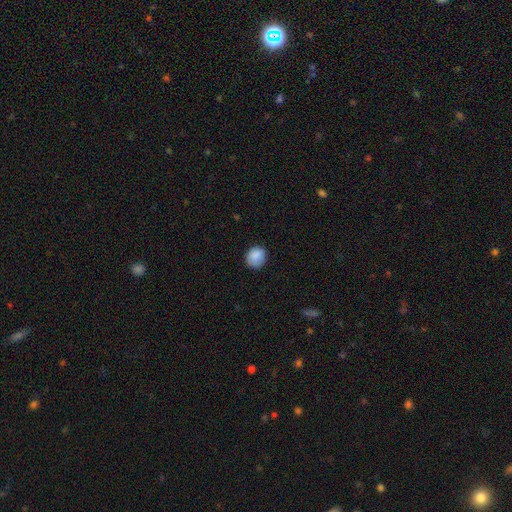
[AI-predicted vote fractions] Q: Smooth or featured?
A: smooth (87%); runner-up: star or artifact (8%)
Q: How rounded?
A: round (79%); runner-up: in between (20%)
Q: Merging?
A: none (78%); runner-up: minor disturbance (17%)